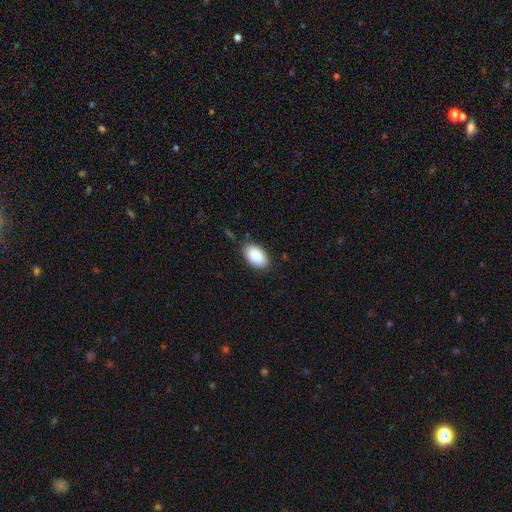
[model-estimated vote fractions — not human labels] smooth_or_featured: smooth (p=0.89) [alt: star or artifact p=0.07]
how_rounded: in between (p=0.94) [alt: round p=0.05]
merging: none (p=0.82) [alt: minor disturbance p=0.14]